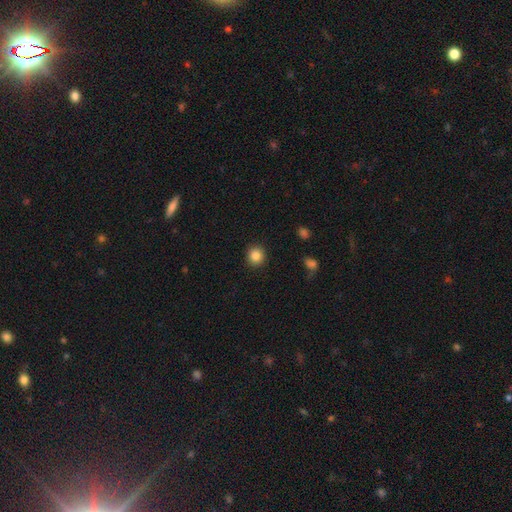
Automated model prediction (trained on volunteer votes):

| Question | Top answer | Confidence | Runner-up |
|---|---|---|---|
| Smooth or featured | smooth | 86% | star or artifact (10%) |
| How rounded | round | 91% | in between (8%) |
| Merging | none | 92% | minor disturbance (5%) |